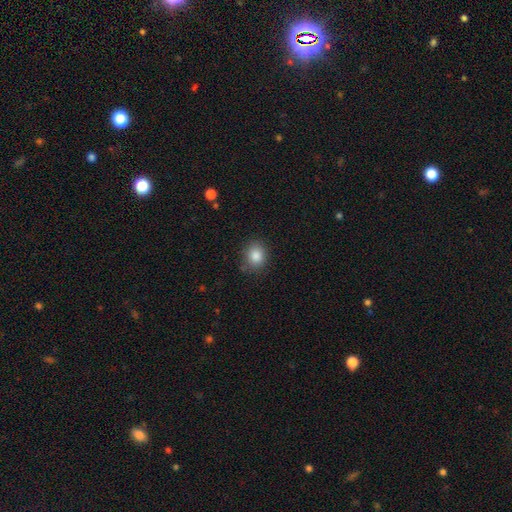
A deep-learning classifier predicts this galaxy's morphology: smooth-or-featured: smooth: 85% | star or artifact: 10% | featured or disk: 5%
  how-rounded: round: 67% | in between: 32% | cigar-shaped: 1%
  merging: none: 82% | minor disturbance: 13% | major disturbance: 3% | merger: 2%